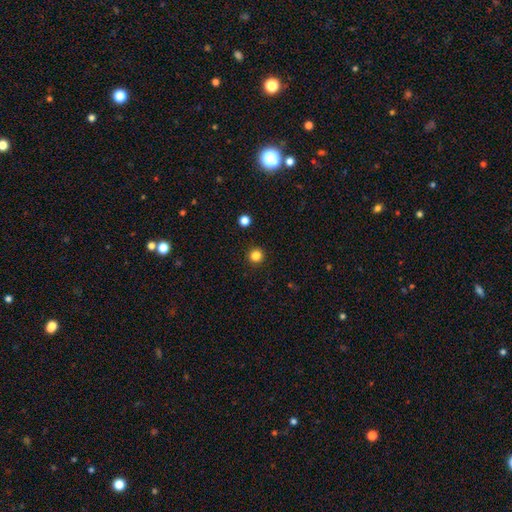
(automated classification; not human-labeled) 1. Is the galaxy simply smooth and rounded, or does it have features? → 83% smooth, 13% star or artifact, 4% featured or disk.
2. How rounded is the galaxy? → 94% round, 5% in between, 1% cigar-shaped.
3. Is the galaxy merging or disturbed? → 92% none, 5% minor disturbance, 2% major disturbance, 1% merger.